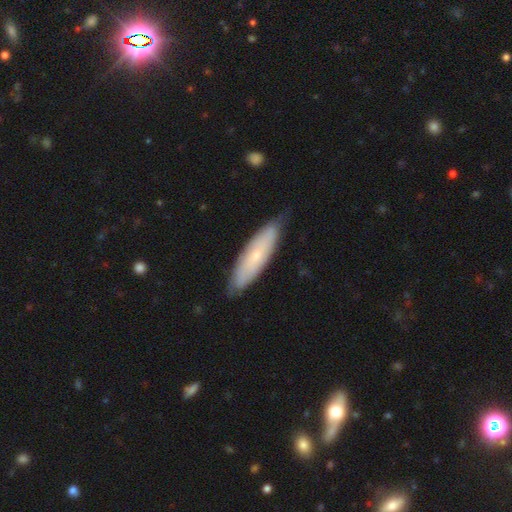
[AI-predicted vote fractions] This is possibly a smooth galaxy (54%). How rounded: possibly cigar-shaped (60%). Merging: likely none (76%).